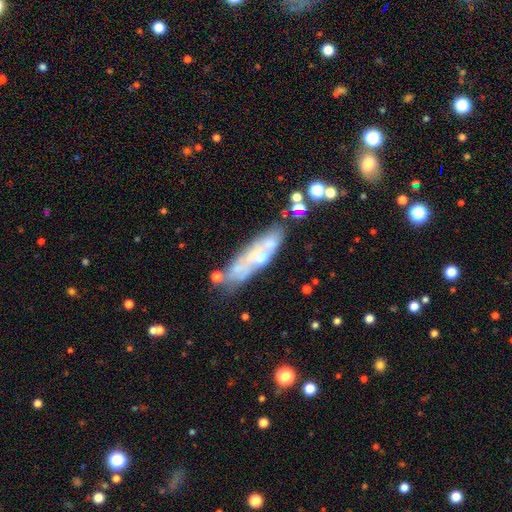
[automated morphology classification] featured or disk 56%, smooth 33%, star or artifact 12%. Down the decision tree: edge-on disk — no (68%); merging — none (56%).